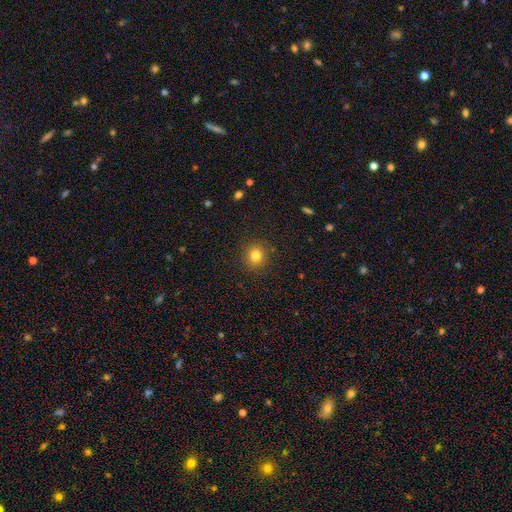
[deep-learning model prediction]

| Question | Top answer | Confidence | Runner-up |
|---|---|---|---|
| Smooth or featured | smooth | 81% | star or artifact (13%) |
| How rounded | round | 87% | in between (12%) |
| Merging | none | 90% | minor disturbance (7%) |